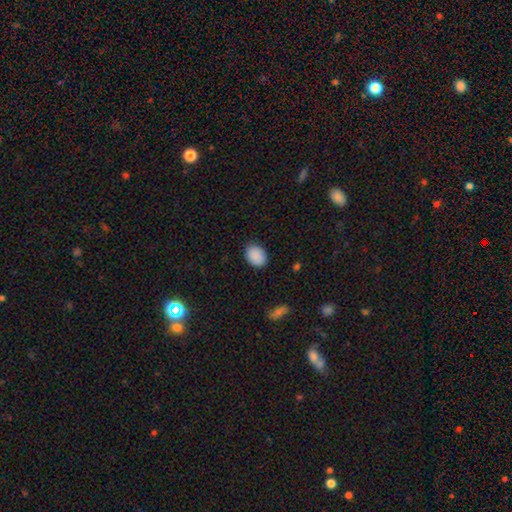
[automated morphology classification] smooth-or-featured: smooth: 90% | star or artifact: 7% | featured or disk: 3%
  how-rounded: in between: 70% | round: 29% | cigar-shaped: 1%
  merging: none: 87% | minor disturbance: 10% | major disturbance: 2% | merger: 1%